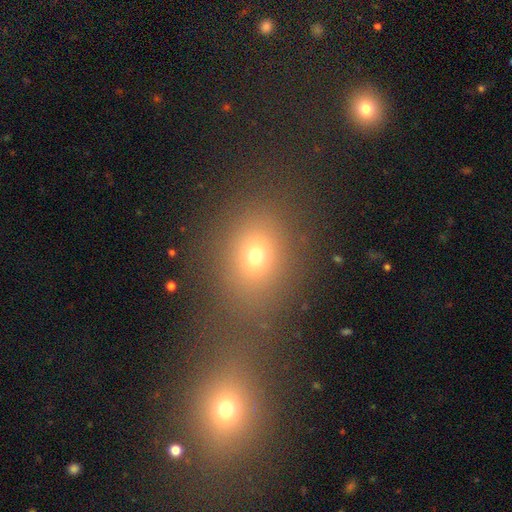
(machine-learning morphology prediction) Smooth or featured?
  - smooth: 67% *
  - star or artifact: 21%
  - featured or disk: 12%
How rounded?
  - round: 50% *
  - in between: 48%
  - cigar-shaped: 2%
Merging?
  - none: 57% *
  - merger: 26%
  - minor disturbance: 10%
  - major disturbance: 7%